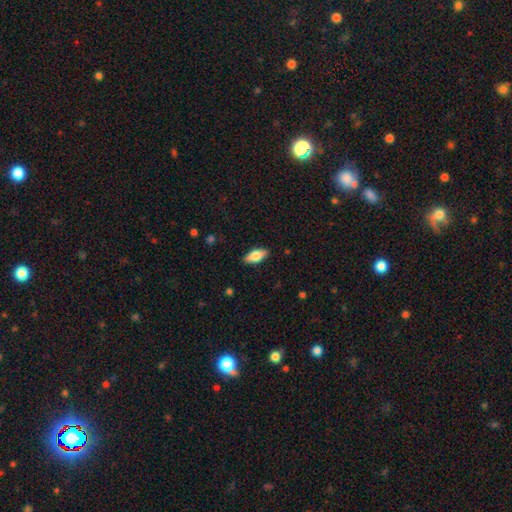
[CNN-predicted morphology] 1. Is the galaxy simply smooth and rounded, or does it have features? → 70% smooth, 24% featured or disk, 7% star or artifact.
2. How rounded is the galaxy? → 83% in between, 14% cigar-shaped, 3% round.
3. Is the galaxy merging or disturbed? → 87% none, 10% minor disturbance, 2% major disturbance, 1% merger.